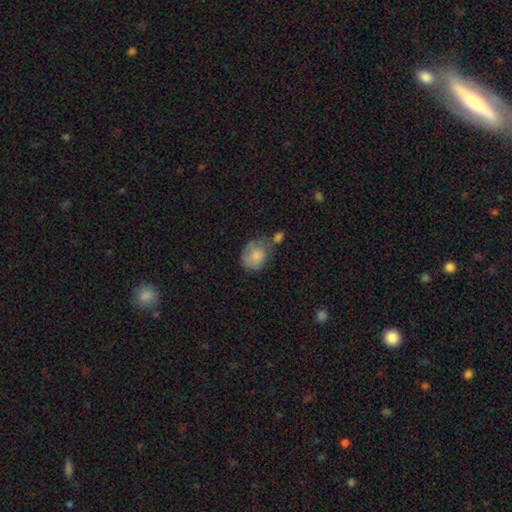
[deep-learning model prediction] Overall: smooth (77%). How rounded: round (54%; in between 45%). Merging: none (35%; minor disturbance 28%).